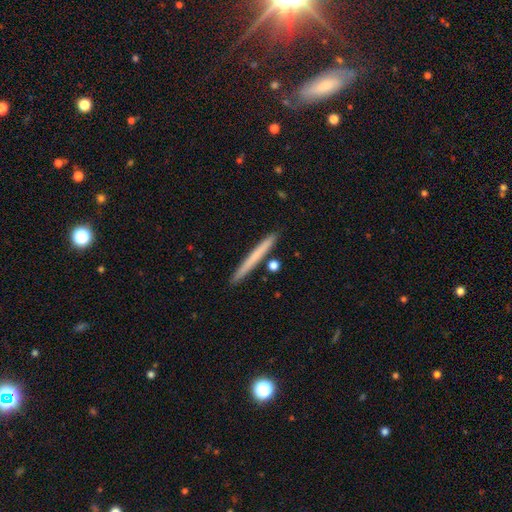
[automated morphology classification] Q: Smooth or featured?
A: smooth (63%); runner-up: featured or disk (31%)
Q: How rounded?
A: cigar-shaped (97%); runner-up: in between (2%)
Q: Merging?
A: none (89%); runner-up: minor disturbance (7%)